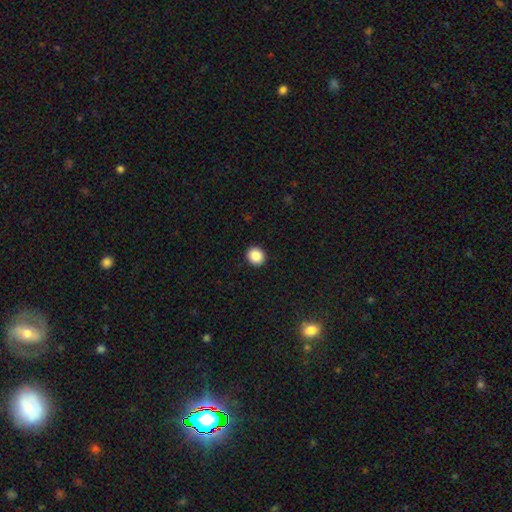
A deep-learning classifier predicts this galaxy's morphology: A smooth galaxy with no disk features (88%) that is round (82%).

Vote fractions:
- Smooth or featured? smooth: 88% / star or artifact: 9% / featured or disk: 3%
- How rounded? round: 82% / in between: 17% / cigar-shaped: 1%
- Merging? none: 93% / minor disturbance: 5% / major disturbance: 2% / merger: 1%